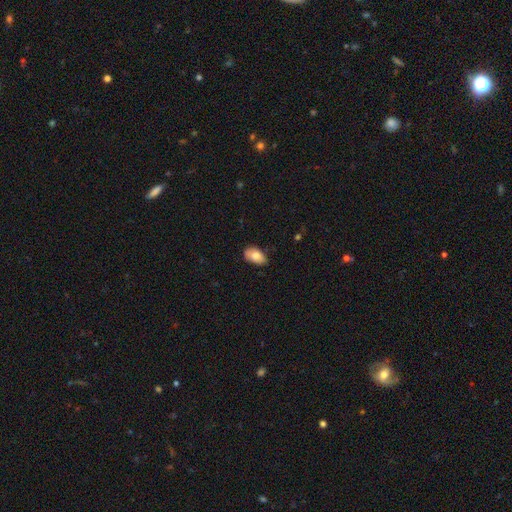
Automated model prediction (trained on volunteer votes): Overall: smooth (78%). How rounded: in between (93%). Merging: none (72%).